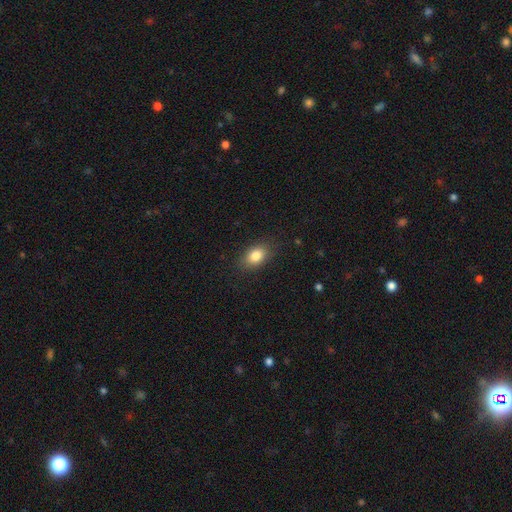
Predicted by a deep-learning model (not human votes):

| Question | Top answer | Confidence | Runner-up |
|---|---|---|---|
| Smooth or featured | smooth | 83% | star or artifact (9%) |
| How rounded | in between | 84% | round (14%) |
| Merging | none | 84% | minor disturbance (12%) |